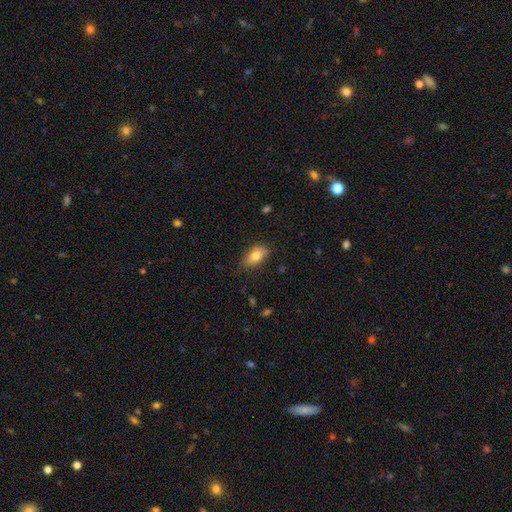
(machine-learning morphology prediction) The model was most divided on "merging": none: 74%, minor disturbance: 21%, major disturbance: 4%, merger: 2%. More confident: how rounded — in between (87%); smooth or featured — smooth (78%).